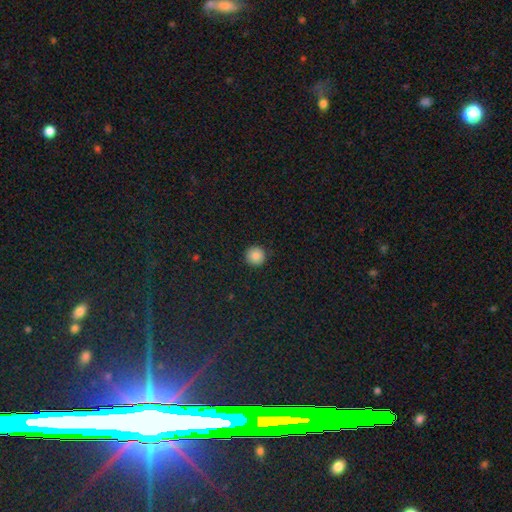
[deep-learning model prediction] smooth-or-featured: smooth: 87% | star or artifact: 10% | featured or disk: 4%
  how-rounded: round: 95% | in between: 4% | cigar-shaped: 1%
  merging: none: 92% | minor disturbance: 5% | major disturbance: 2% | merger: 1%